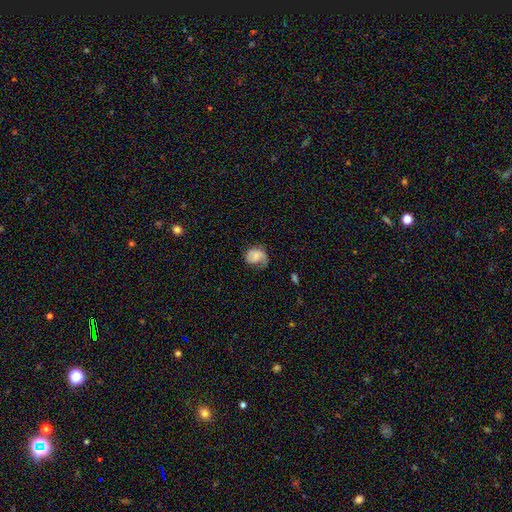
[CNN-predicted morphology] The model was most divided on "smooth or featured": smooth: 48%, featured or disk: 44%, star or artifact: 8%. Remaining: merging — none (39%).